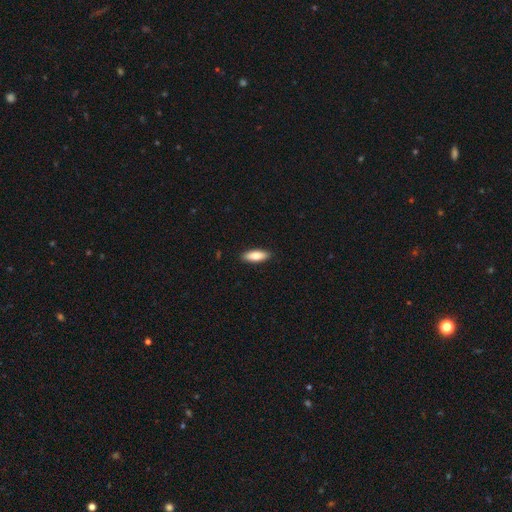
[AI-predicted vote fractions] Smooth or featured? smooth (81%)
How rounded? in between (67%)
Merging? none (90%)